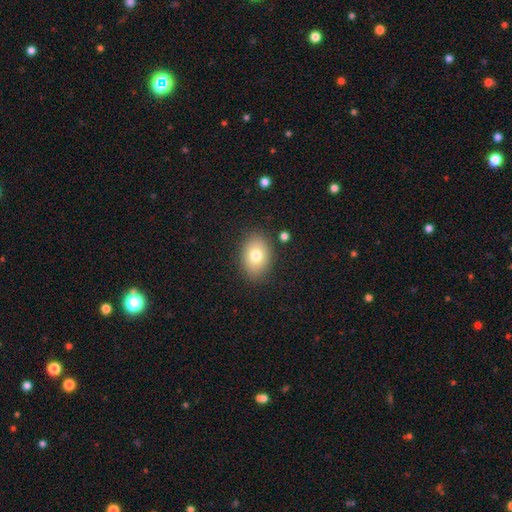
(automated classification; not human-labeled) Morphology: type=smooth (77%); roundness=in between (75%); merging=none (86%).